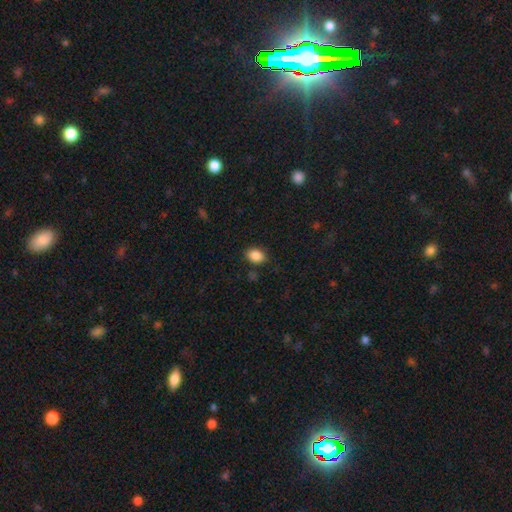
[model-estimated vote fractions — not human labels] Smooth or featured?
  - smooth: 87% *
  - star or artifact: 9%
  - featured or disk: 4%
How rounded?
  - in between: 74% *
  - round: 25%
  - cigar-shaped: 1%
Merging?
  - none: 84% *
  - minor disturbance: 12%
  - major disturbance: 3%
  - merger: 2%